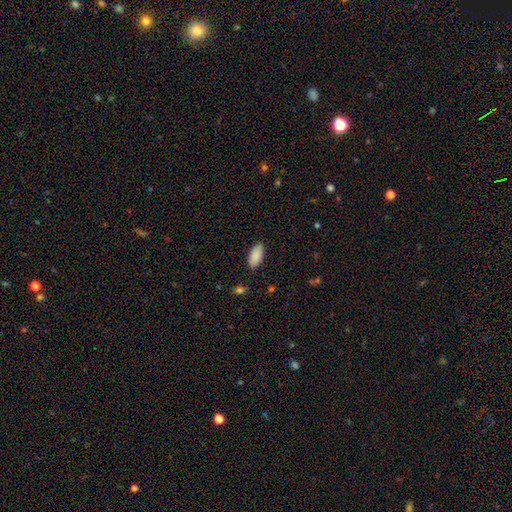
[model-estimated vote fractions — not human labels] smooth 90%, star or artifact 6%, featured or disk 4%. Down the decision tree: how rounded — in between (90%); merging — none (88%).